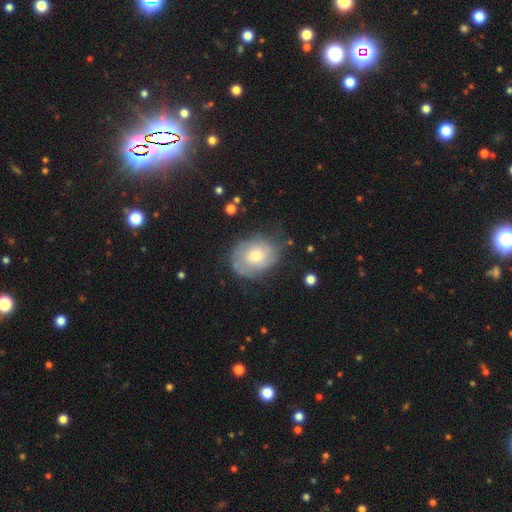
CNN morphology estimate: A featured or disk galaxy (50%).

Vote fractions:
- Smooth or featured? featured or disk: 50% / smooth: 42% / star or artifact: 9%
- Merging? none: 66% / minor disturbance: 23% / major disturbance: 9% / merger: 2%